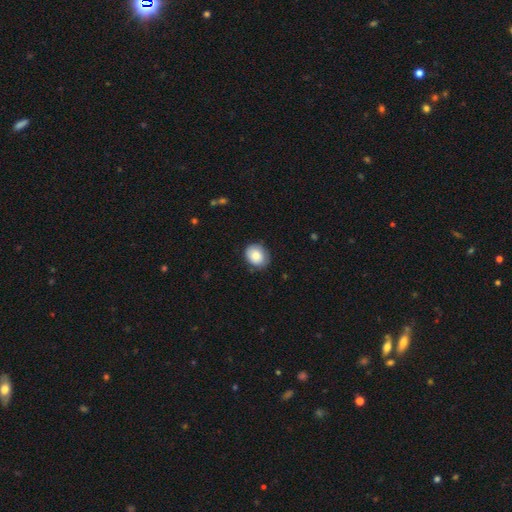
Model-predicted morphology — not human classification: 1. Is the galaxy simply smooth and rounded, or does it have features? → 83% smooth, 10% featured or disk, 8% star or artifact.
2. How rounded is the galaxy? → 61% round, 38% in between, 1% cigar-shaped.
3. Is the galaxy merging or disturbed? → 79% none, 17% minor disturbance, 3% major disturbance, 1% merger.